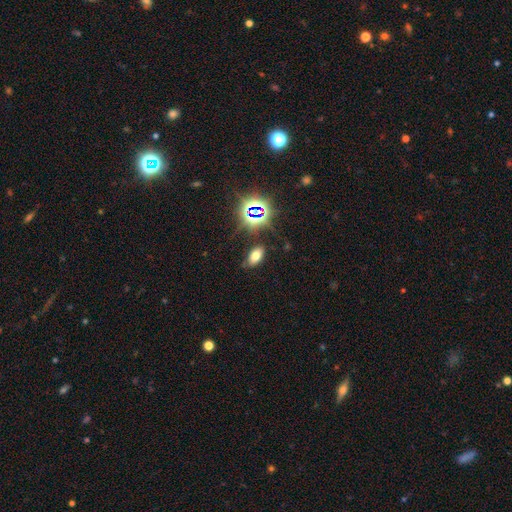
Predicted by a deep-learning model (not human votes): smooth-or-featured: smooth: 62% | star or artifact: 26% | featured or disk: 12%
  how-rounded: in between: 91% | round: 6% | cigar-shaped: 3%
  merging: none: 79% | minor disturbance: 14% | major disturbance: 4% | merger: 3%